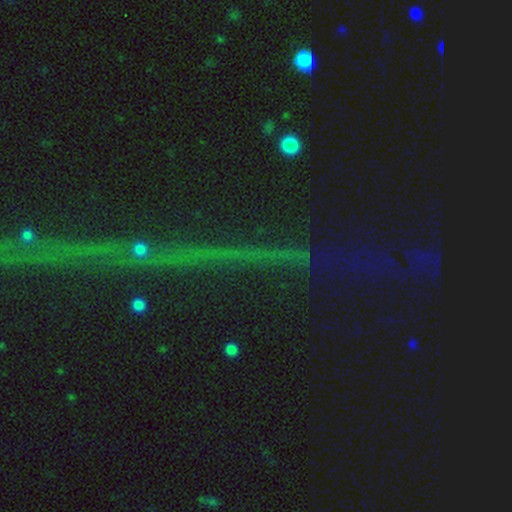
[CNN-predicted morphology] type=star or artifact (72%).